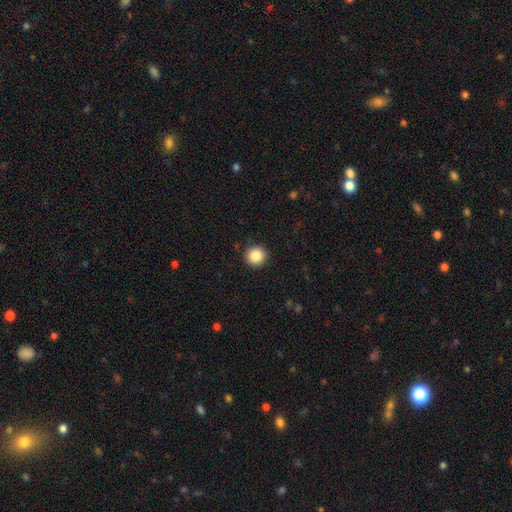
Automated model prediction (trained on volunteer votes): smooth-or-featured: smooth: 86% | star or artifact: 10% | featured or disk: 4%
  how-rounded: round: 94% | in between: 5% | cigar-shaped: 1%
  merging: none: 91% | minor disturbance: 6% | major disturbance: 2% | merger: 1%